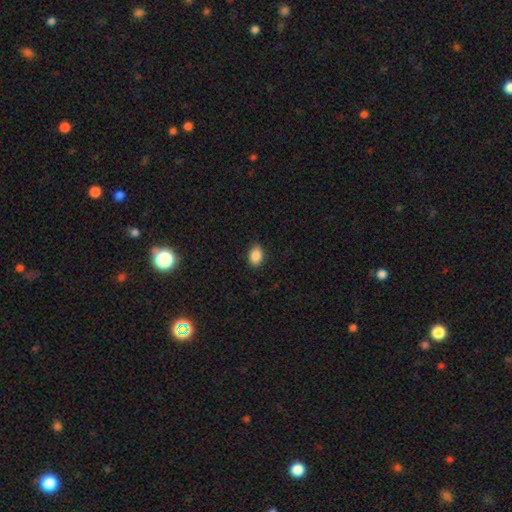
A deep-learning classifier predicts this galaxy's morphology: Smooth or featured: smooth — 88% (star or artifact — 8%)
How rounded: in between — 79% (round — 20%)
Merging: none — 85% (minor disturbance — 11%)